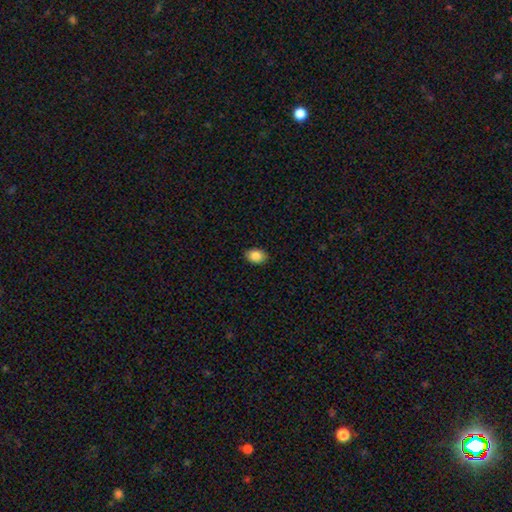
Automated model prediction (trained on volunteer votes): smooth_or_featured: smooth (p=0.87) [alt: star or artifact p=0.08]
how_rounded: in between (p=0.78) [alt: round p=0.20]
merging: none (p=0.88) [alt: minor disturbance p=0.09]